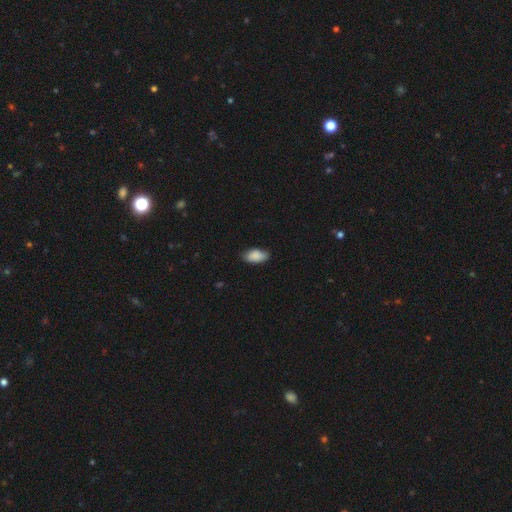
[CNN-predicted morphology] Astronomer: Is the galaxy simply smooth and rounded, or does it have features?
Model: smooth — 88%.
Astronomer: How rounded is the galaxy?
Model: in between — 93%.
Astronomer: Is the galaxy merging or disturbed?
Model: none — 80%.